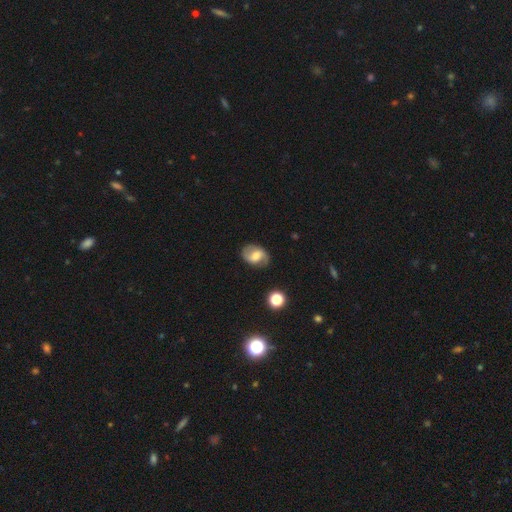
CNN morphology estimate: A featured or disk galaxy (56%) with a weak bar (50%), spiral arms (86%) and a moderate central bulge (50%).

Vote fractions:
- Smooth or featured? featured or disk: 56% / smooth: 35% / star or artifact: 8%
- Edge-on disk? no: 97% / yes: 3%
- Bar? weak: 50% / no: 31% / strong: 19%
- Spiral arms? yes: 86% / no: 14%
- Bulge size? moderate: 50% / small: 22% / large: 19% / none: 7% / dominant: 2%
- Merging? none: 77% / minor disturbance: 17% / major disturbance: 5% / merger: 2%